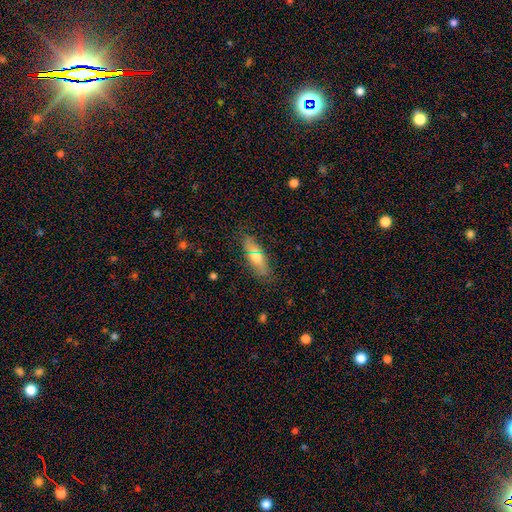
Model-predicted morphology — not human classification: This appears to be a smooth galaxy with no disk features (64%) that is in between round and cigar-shaped (65%). Merging: none (81%).